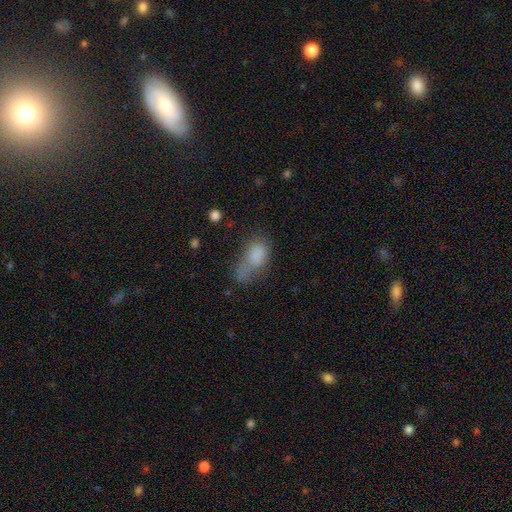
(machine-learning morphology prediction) This is likely a smooth galaxy (77%). How rounded: clearly in between (82%). Merging: marginally merger (27%).